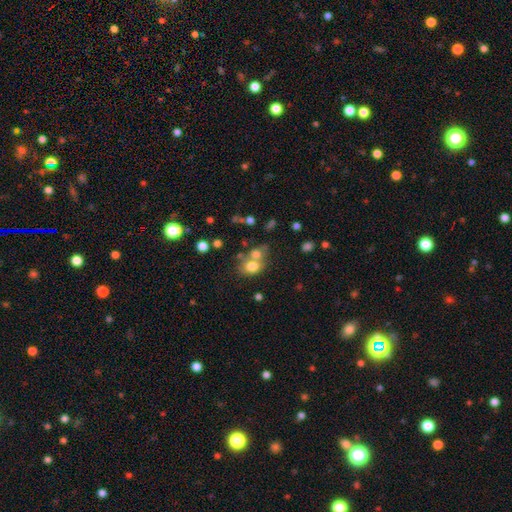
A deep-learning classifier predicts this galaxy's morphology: A smooth galaxy with no disk features (68%) that is round (60%).

Vote fractions:
- Smooth or featured? smooth: 68% / star or artifact: 17% / featured or disk: 15%
- How rounded? round: 60% / in between: 39% / cigar-shaped: 1%
- Merging? merger: 43% / none: 42% / minor disturbance: 10% / major disturbance: 5%